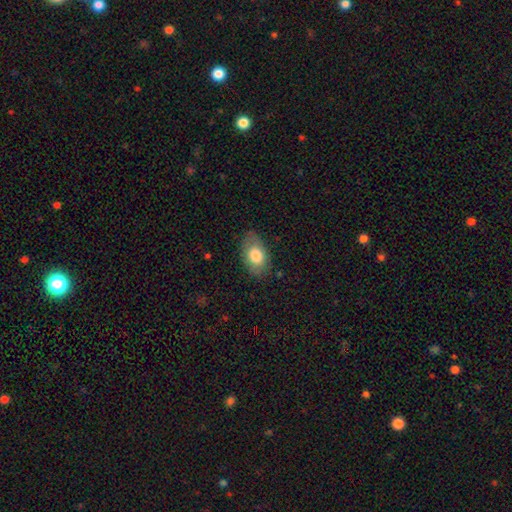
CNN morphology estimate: smooth-or-featured: smooth: 77% | featured or disk: 16% | star or artifact: 7%
  how-rounded: in between: 89% | round: 9% | cigar-shaped: 1%
  merging: none: 78% | minor disturbance: 17% | major disturbance: 4% | merger: 1%